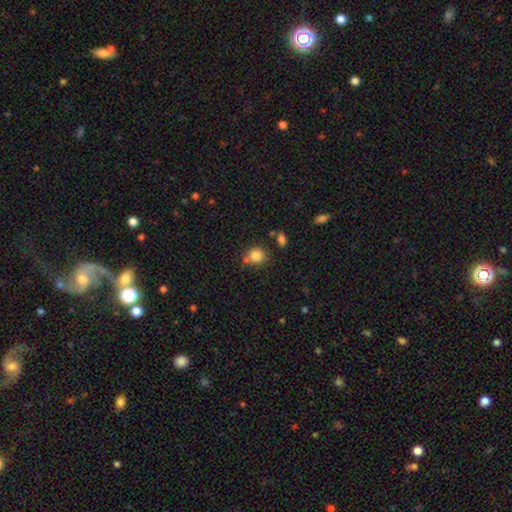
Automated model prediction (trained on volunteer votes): smooth 83%, star or artifact 11%, featured or disk 6%. Down the decision tree: how rounded — round (85%); merging — none (65%).